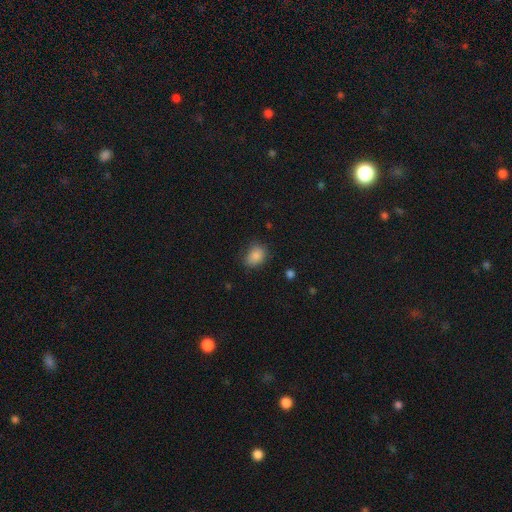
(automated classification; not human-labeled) smooth_or_featured: smooth (p=0.86) [alt: star or artifact p=0.10]
how_rounded: in between (p=0.64) [alt: round p=0.35]
merging: none (p=0.70) [alt: minor disturbance p=0.23]